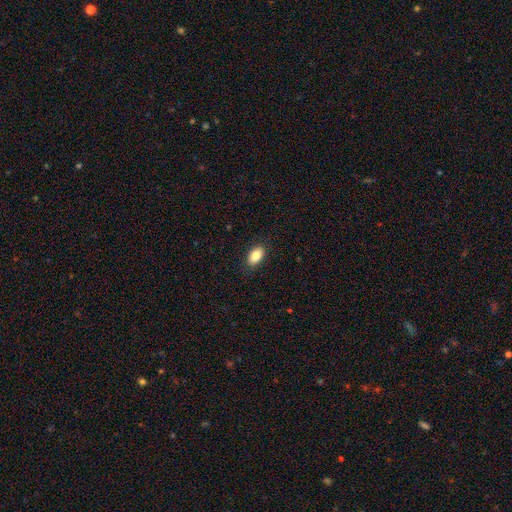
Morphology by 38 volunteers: smooth_or_featured: smooth (p=0.84) [alt: featured or disk p=0.08]
how_rounded: in between (p=0.91) [alt: round p=0.06]
merging: none (p=0.91) [alt: minor disturbance p=0.09]